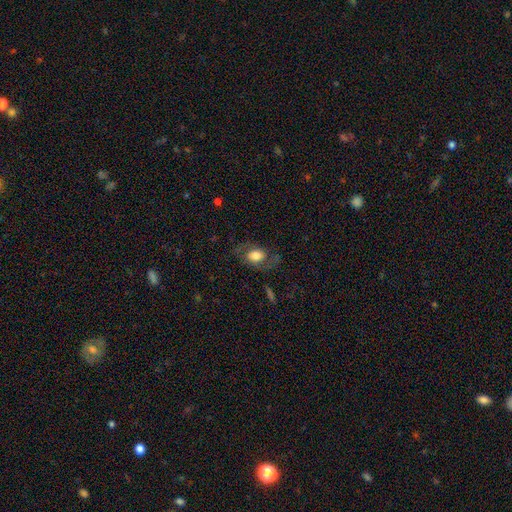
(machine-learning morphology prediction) Smooth or featured: smooth — 55% (featured or disk — 37%)
How rounded: in between — 76% (round — 22%)
Merging: none — 66% (minor disturbance — 18%)